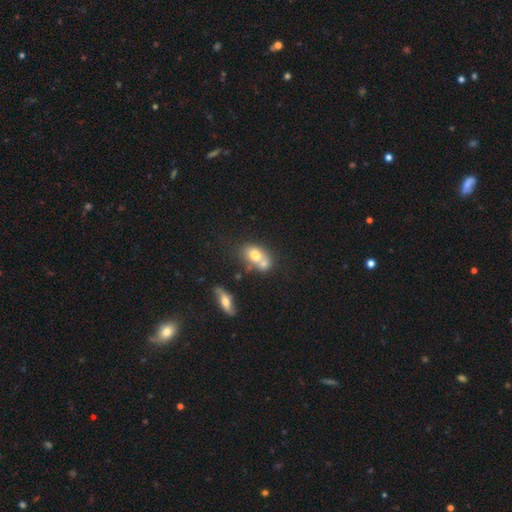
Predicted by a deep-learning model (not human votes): A smooth galaxy with no disk features (67%) that is in between round and cigar-shaped (70%). Merging: merger (57%).